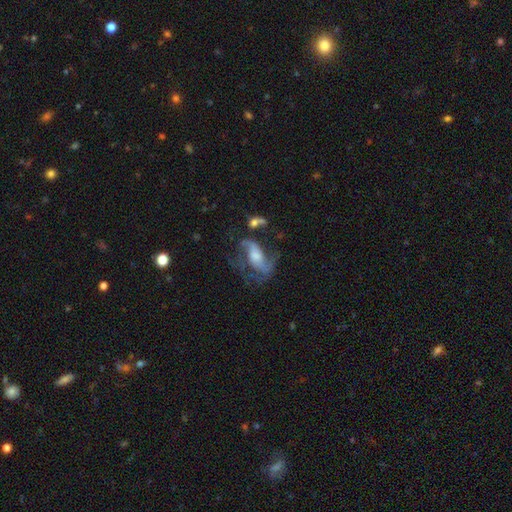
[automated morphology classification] Overall: featured or disk (74%). Edge-on disk: no (94%). Bar: no (47%; weak 38%). Spiral arms: yes (85%). Spiral arm count: 2 (65%). Spiral winding: loose (54%; medium 35%). Bulge size: moderate (39%; small 26%). Merging: none (37%; major disturbance 35%).